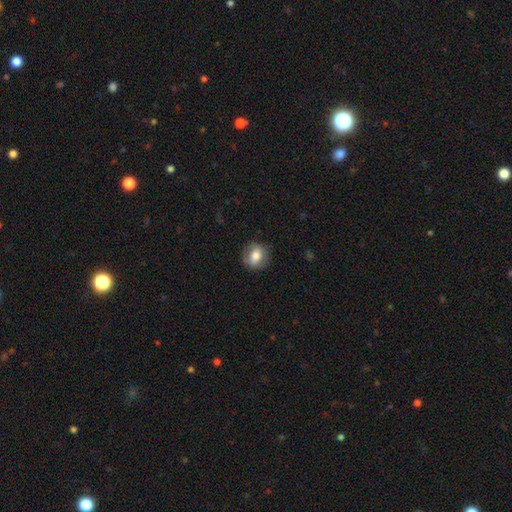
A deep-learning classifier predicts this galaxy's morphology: smooth_or_featured: smooth (p=0.60) [alt: featured or disk p=0.32]
how_rounded: round (p=0.71) [alt: in between p=0.27]
merging: none (p=0.81) [alt: minor disturbance p=0.13]